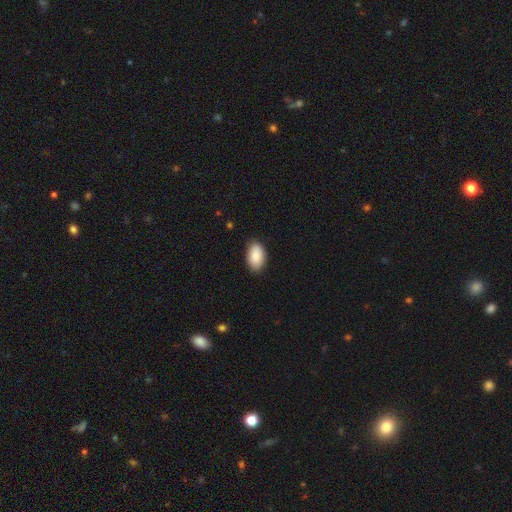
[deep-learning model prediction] Q: Smooth or featured?
A: smooth (87%); runner-up: featured or disk (7%)
Q: How rounded?
A: in between (93%); runner-up: round (6%)
Q: Merging?
A: none (87%); runner-up: minor disturbance (10%)